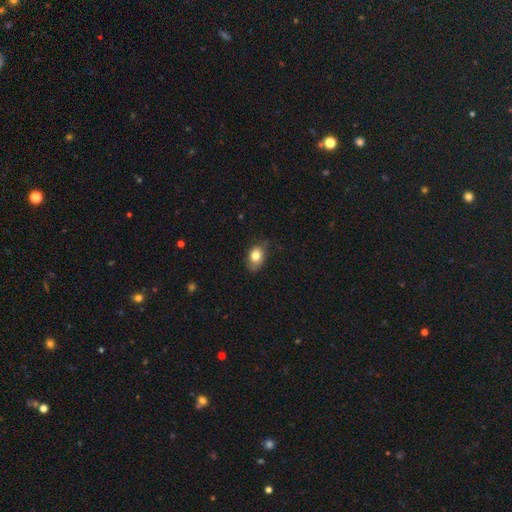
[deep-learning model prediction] A smooth galaxy with no disk features (79%) that is in between round and cigar-shaped (74%).

Vote fractions:
- Smooth or featured? smooth: 79% / featured or disk: 12% / star or artifact: 9%
- How rounded? in between: 74% / round: 25% / cigar-shaped: 1%
- Merging? none: 68% / minor disturbance: 26% / major disturbance: 5% / merger: 1%